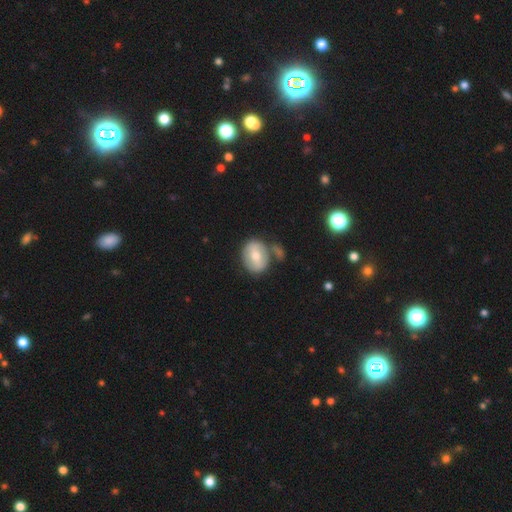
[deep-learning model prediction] Smooth or featured: smooth — 59% (featured or disk — 35%)
How rounded: in between — 50% (round — 49%)
Merging: none — 55% (merger — 20%)